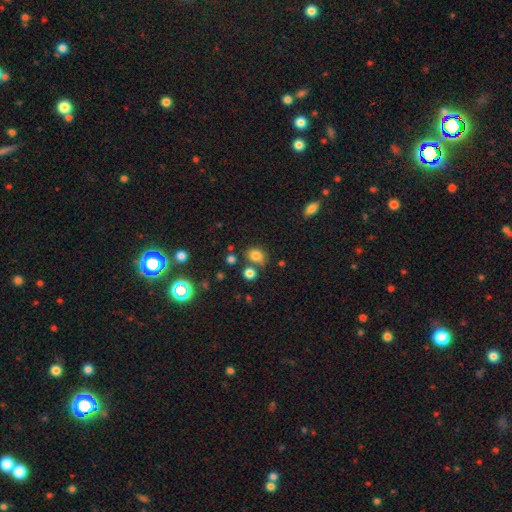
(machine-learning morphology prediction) smooth-or-featured: smooth: 78% | star or artifact: 15% | featured or disk: 7%
  how-rounded: round: 59% | in between: 40% | cigar-shaped: 1%
  merging: none: 66% | merger: 16% | minor disturbance: 13% | major disturbance: 5%